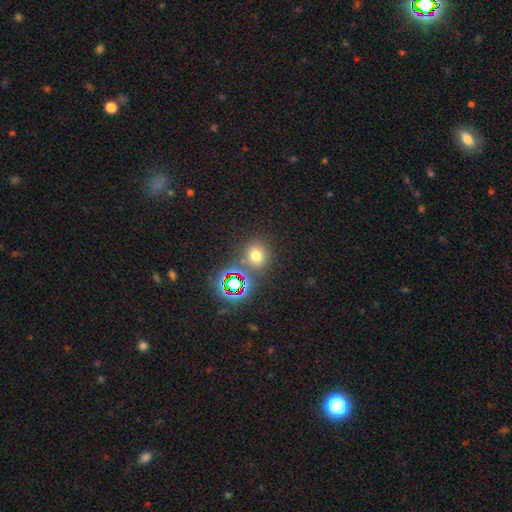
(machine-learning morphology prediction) Smooth or featured? Predicted: smooth (p=0.63). How rounded? Predicted: round (p=0.77). Merging? Predicted: none (p=0.76).